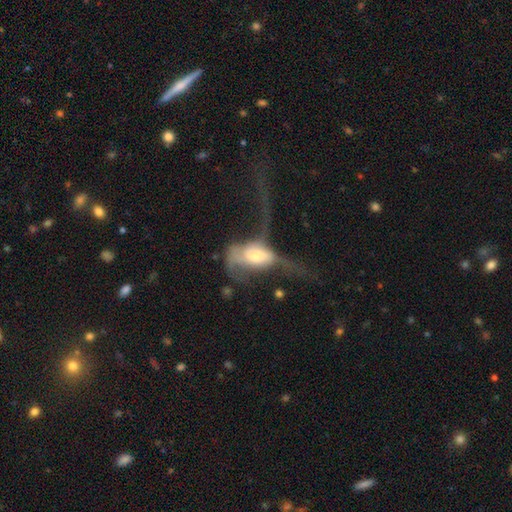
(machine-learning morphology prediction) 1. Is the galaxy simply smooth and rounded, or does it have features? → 54% featured or disk, 39% smooth, 7% star or artifact.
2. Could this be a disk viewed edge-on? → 88% no, 12% yes.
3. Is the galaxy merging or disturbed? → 66% major disturbance, 14% merger, 11% none, 10% minor disturbance.